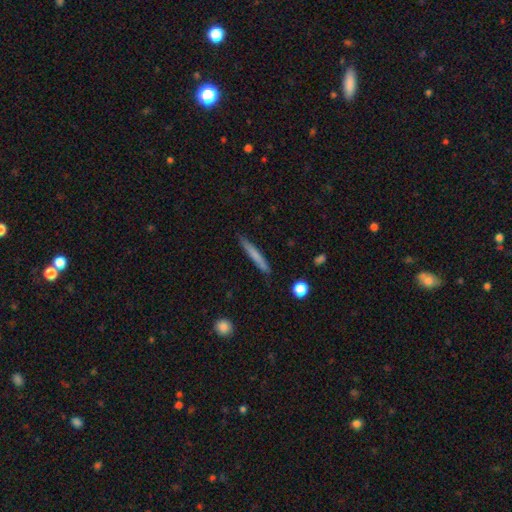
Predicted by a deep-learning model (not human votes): This appears to be a smooth galaxy with no disk features (70%) that is cigar-shaped (96%). Merging: none (87%).